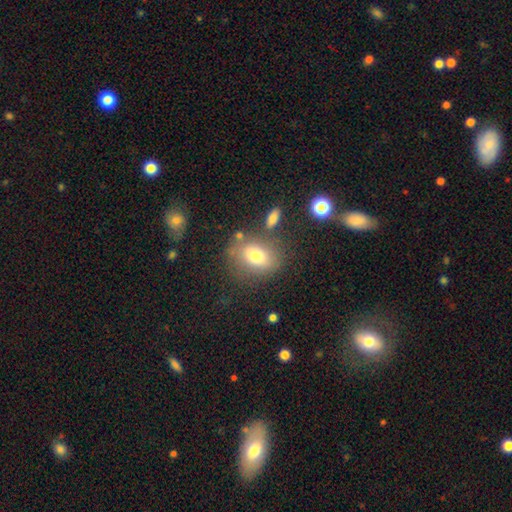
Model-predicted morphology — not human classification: This appears to be a smooth galaxy with no disk features (74%) that is in between round and cigar-shaped (62%). Merging: none (68%).